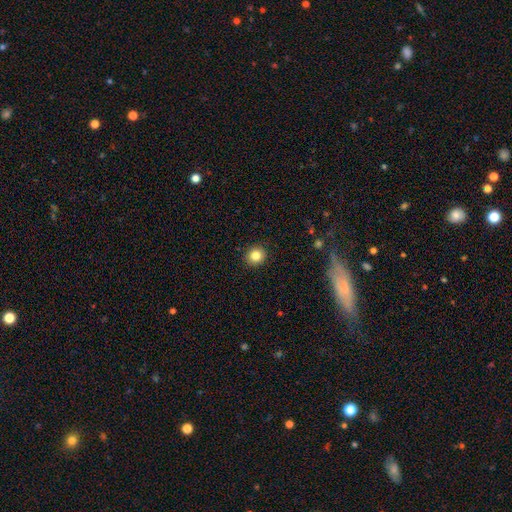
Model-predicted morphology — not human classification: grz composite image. It shows a smooth galaxy with no disk features (83%) that is round (87%). Merging: none (92%).